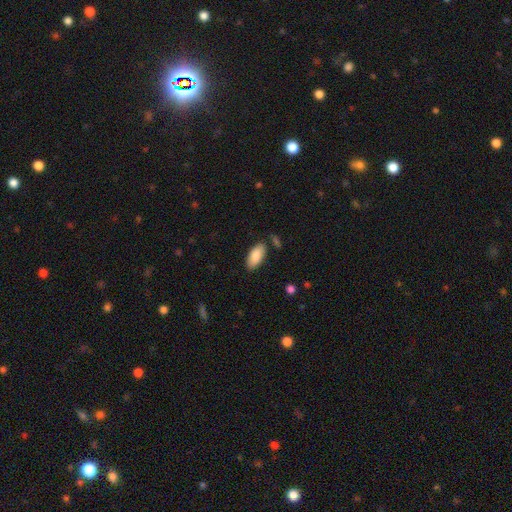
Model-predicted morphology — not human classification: Overall: smooth (86%). How rounded: in between (90%). Merging: none (83%).